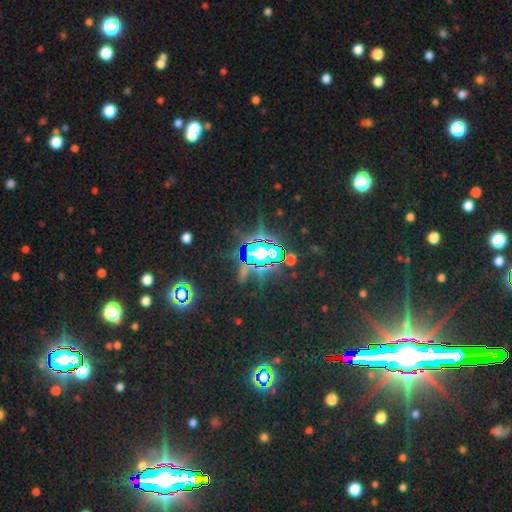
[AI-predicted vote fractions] This is likely a star or artifact rather than a galaxy (76%).